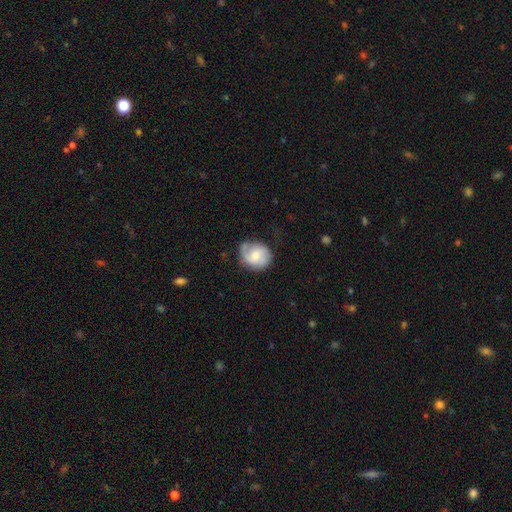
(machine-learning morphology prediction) Smooth or featured? Predicted: featured or disk (p=0.53). Edge-on disk? Predicted: no (p=0.97). Bar? Predicted: no (p=0.57). Spiral arms? Predicted: yes (p=0.85). Bulge size? Predicted: moderate (p=0.53). Merging? Predicted: none (p=0.60).